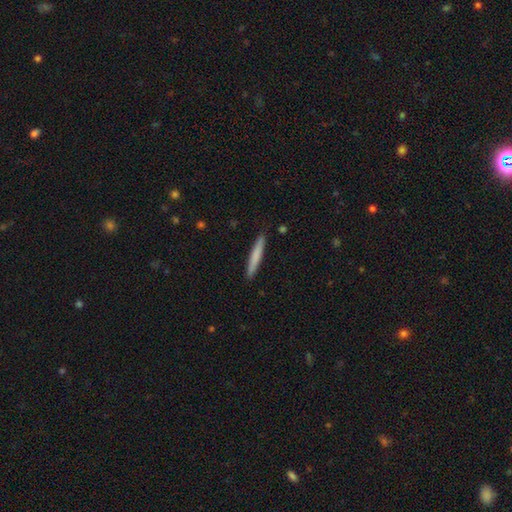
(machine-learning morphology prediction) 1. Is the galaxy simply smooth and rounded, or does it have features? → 73% smooth, 21% featured or disk, 5% star or artifact.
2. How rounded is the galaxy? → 96% cigar-shaped, 3% in between, 1% round.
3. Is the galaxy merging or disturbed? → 90% none, 7% minor disturbance, 1% major disturbance, 1% merger.